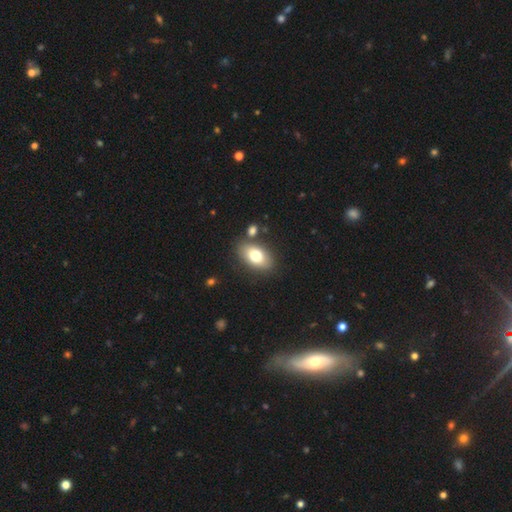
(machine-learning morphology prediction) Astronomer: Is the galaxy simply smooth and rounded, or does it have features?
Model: smooth — 76%.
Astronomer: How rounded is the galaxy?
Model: in between — 89%.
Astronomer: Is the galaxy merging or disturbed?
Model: none — 79%.